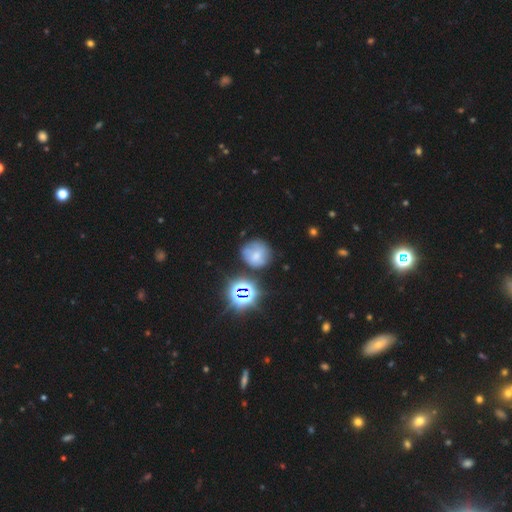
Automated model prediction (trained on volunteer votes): smooth-or-featured: smooth: 51% | featured or disk: 26% | star or artifact: 24%
  how-rounded: round: 81% | in between: 18% | cigar-shaped: 1%
  merging: none: 59% | minor disturbance: 23% | major disturbance: 10% | merger: 8%